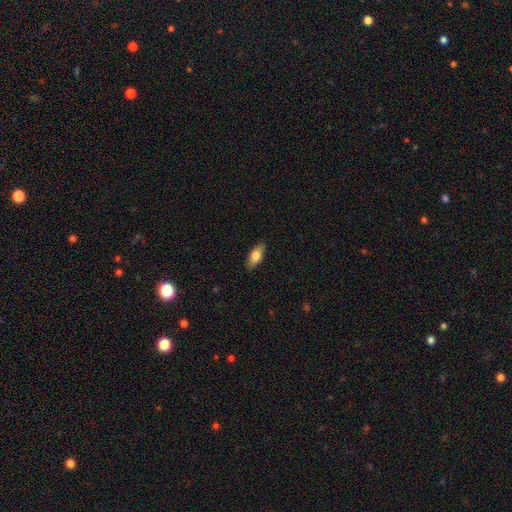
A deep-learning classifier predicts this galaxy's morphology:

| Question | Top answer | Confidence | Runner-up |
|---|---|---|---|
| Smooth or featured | smooth | 79% | featured or disk (15%) |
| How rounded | in between | 82% | cigar-shaped (15%) |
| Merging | none | 86% | minor disturbance (11%) |